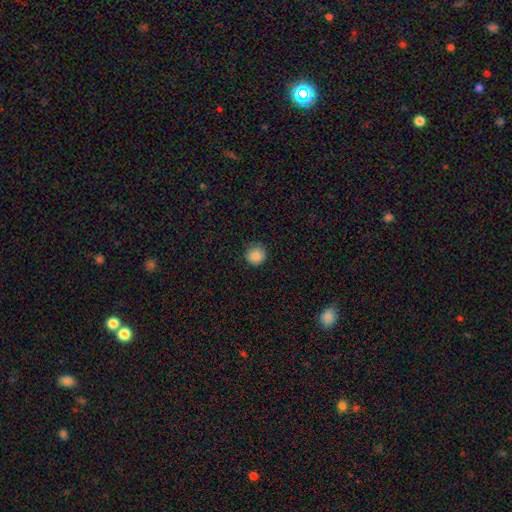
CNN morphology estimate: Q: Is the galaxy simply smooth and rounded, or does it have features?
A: smooth — 87%.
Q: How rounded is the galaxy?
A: round — 95%.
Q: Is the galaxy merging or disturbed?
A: none — 89%.